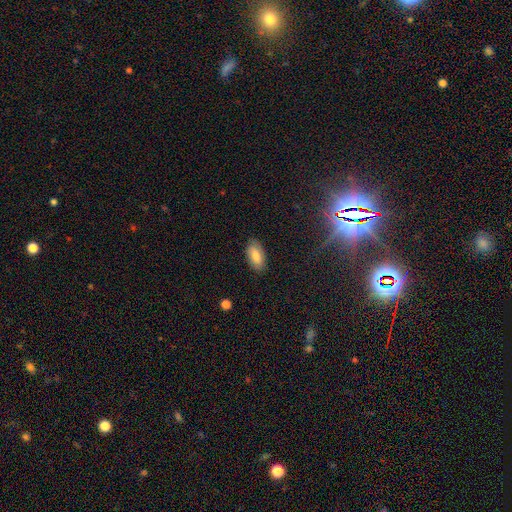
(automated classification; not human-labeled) A smooth galaxy with no disk features (77%) that is in between round and cigar-shaped (92%).

Vote fractions:
- Smooth or featured? smooth: 77% / featured or disk: 15% / star or artifact: 8%
- How rounded? in between: 92% / cigar-shaped: 5% / round: 3%
- Merging? none: 84% / minor disturbance: 12% / major disturbance: 3% / merger: 1%